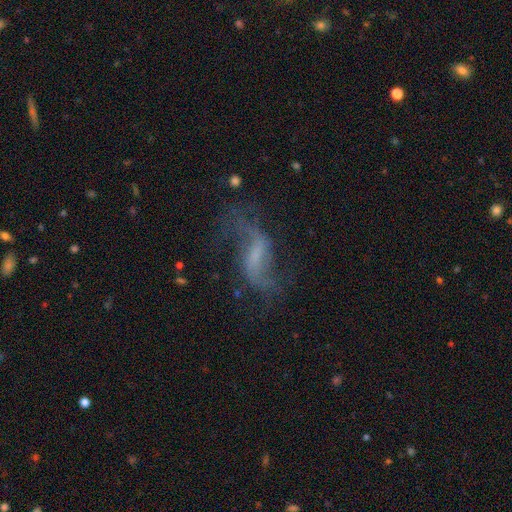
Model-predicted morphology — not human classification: Q: Smooth or featured?
A: featured or disk (79%); runner-up: smooth (11%)
Q: Edge-on disk?
A: no (94%); runner-up: yes (6%)
Q: Bar?
A: weak (47%); runner-up: strong (31%)
Q: Spiral arms?
A: yes (91%); runner-up: no (9%)
Q: Spiral winding?
A: loose (81%); runner-up: medium (15%)
Q: Spiral arm count?
A: 2 (89%); runner-up: can't tell (4%)
Q: Bulge size?
A: small (41%); runner-up: none (37%)
Q: Merging?
A: none (61%); runner-up: major disturbance (19%)